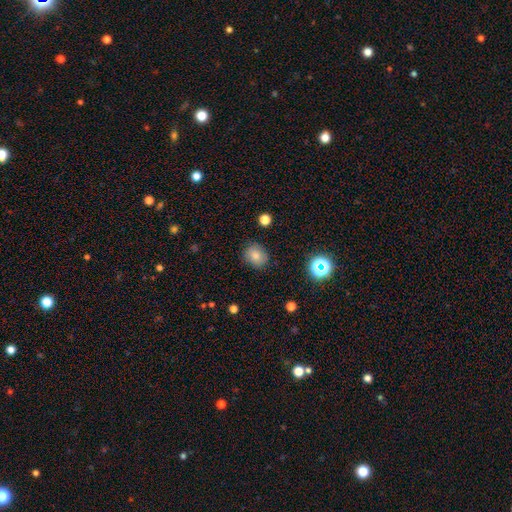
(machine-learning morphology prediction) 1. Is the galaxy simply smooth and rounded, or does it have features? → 79% smooth, 13% star or artifact, 8% featured or disk.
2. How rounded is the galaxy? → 66% round, 34% in between, 1% cigar-shaped.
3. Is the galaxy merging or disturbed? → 85% none, 11% minor disturbance, 3% major disturbance, 1% merger.